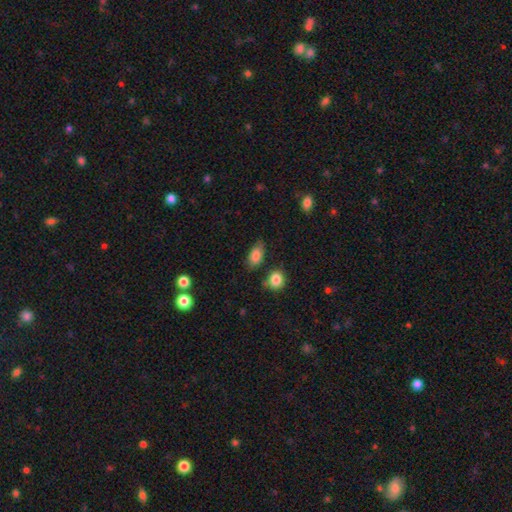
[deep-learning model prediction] smooth 84%, star or artifact 8%, featured or disk 8%. Down the decision tree: how rounded — in between (88%); merging — none (72%).